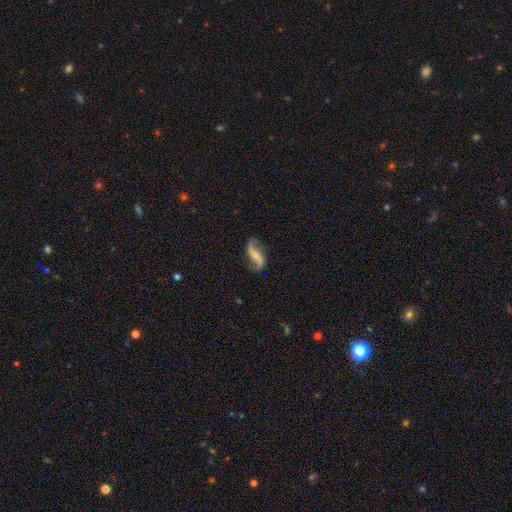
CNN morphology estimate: A featured or disk galaxy (84%) with a weak bar (35%), 2 (93%) loose (87%) spiral arms (95%) and a small central bulge (46%). Merging: none (77%).